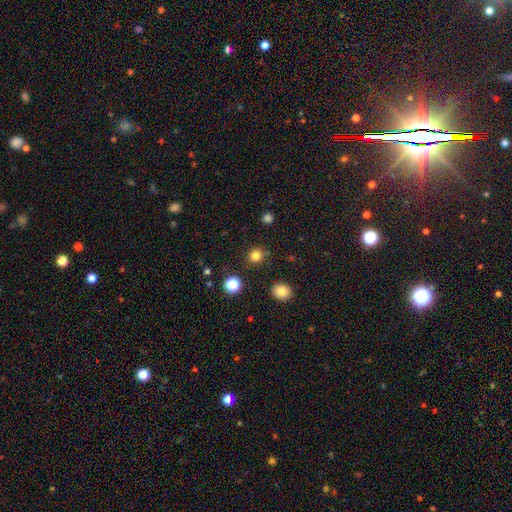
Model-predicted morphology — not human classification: smooth_or_featured: smooth (p=0.81) [alt: star or artifact p=0.15]
how_rounded: round (p=0.89) [alt: in between p=0.10]
merging: none (p=0.87) [alt: minor disturbance p=0.08]